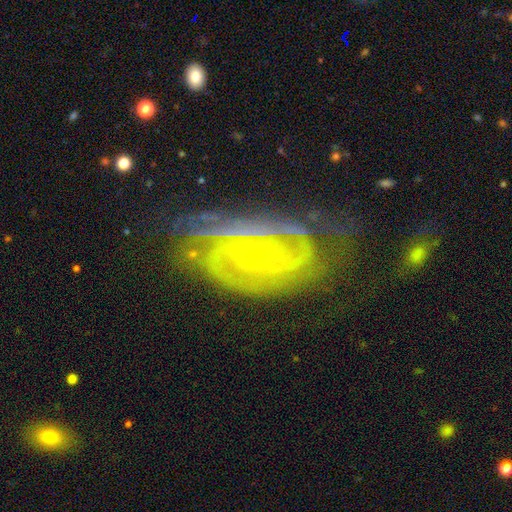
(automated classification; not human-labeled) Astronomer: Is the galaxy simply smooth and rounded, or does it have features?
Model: featured or disk — 88%.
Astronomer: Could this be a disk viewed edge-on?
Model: no — 94%.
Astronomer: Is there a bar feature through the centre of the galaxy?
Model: no — 44% (runner-up: weak, 35%).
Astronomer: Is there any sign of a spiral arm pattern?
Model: yes — 95%.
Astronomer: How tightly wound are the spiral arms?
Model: tight — 67%.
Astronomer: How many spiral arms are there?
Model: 2 — 37% (runner-up: can't tell, 24%).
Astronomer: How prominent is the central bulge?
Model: small — 71%.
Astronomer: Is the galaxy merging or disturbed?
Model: none — 66%.